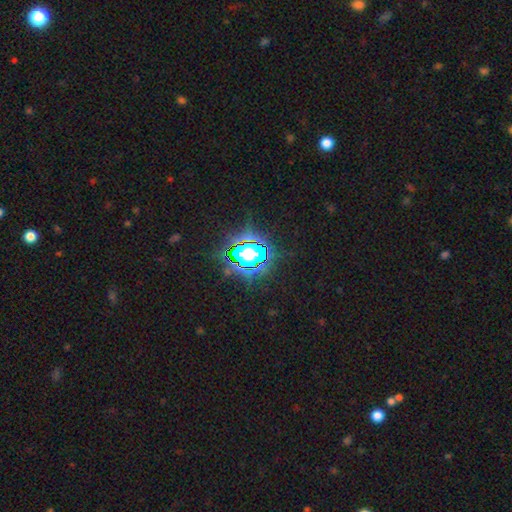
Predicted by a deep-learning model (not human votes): A star or artifact, not a galaxy (80%).

Vote fractions:
- Smooth or featured? star or artifact: 80% / smooth: 12% / featured or disk: 8%